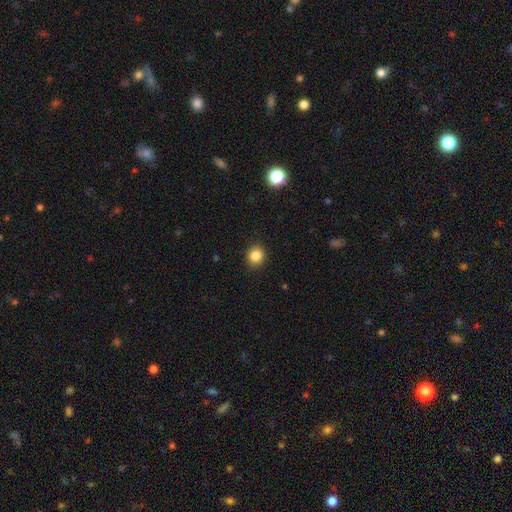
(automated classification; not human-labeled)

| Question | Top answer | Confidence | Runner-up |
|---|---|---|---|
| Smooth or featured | smooth | 85% | star or artifact (11%) |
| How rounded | round | 88% | in between (11%) |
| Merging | none | 91% | minor disturbance (6%) |